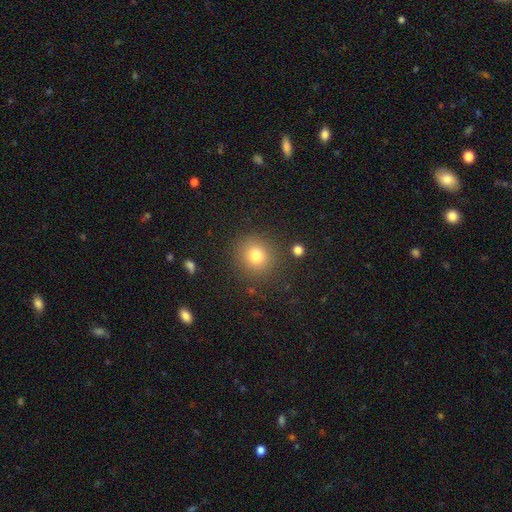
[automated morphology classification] A smooth galaxy with no disk features (77%) that is round (89%). Merging: none (86%).